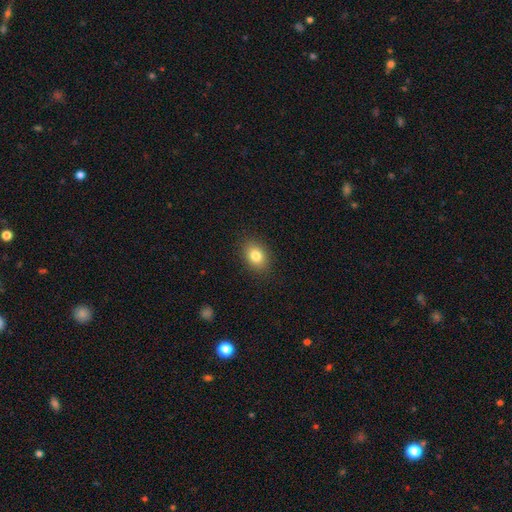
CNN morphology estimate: A smooth galaxy with no disk features (82%) that is in between round and cigar-shaped (72%). Merging: none (88%).